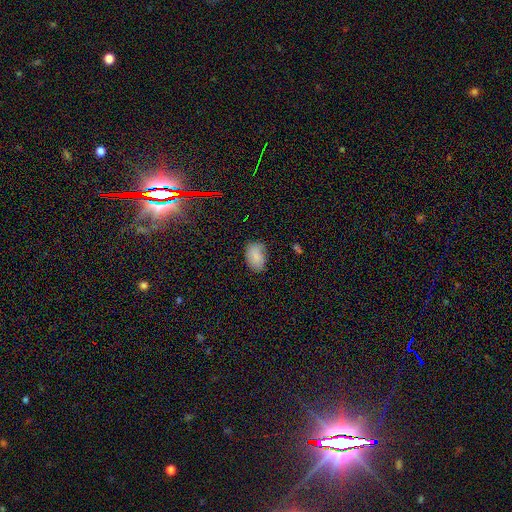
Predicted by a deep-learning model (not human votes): Smooth or featured?
  - smooth: 83% *
  - star or artifact: 9%
  - featured or disk: 8%
How rounded?
  - in between: 87% *
  - round: 11%
  - cigar-shaped: 1%
Merging?
  - none: 69% *
  - minor disturbance: 25%
  - major disturbance: 5%
  - merger: 2%